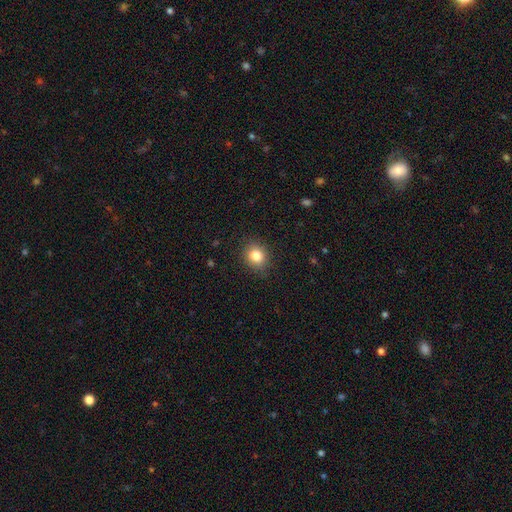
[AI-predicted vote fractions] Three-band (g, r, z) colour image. It shows a smooth galaxy with no disk features (82%) that is round (69%). Merging: none (88%).